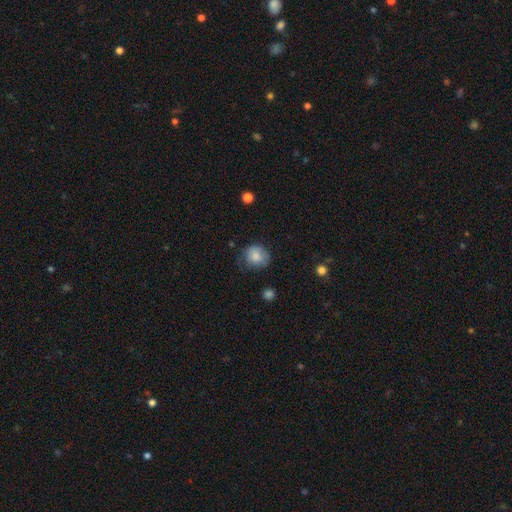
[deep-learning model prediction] Overall: smooth (80%). How rounded: round (81%). Merging: none (64%; minor disturbance 26%).